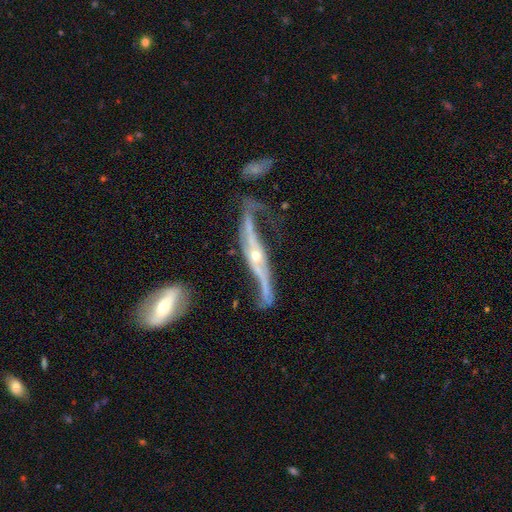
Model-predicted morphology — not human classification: The model was most divided on "edge-on disk": no: 53%, yes: 47%. Remaining: smooth or featured — featured or disk (88%); merging — none (41%).